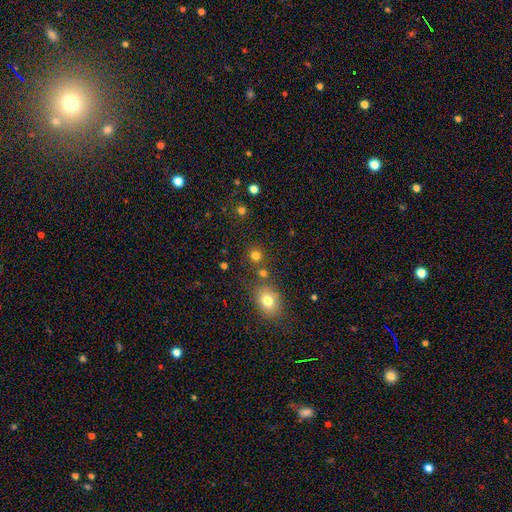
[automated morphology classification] Smooth or featured: smooth — 78% (star or artifact — 16%)
How rounded: round — 85% (in between — 14%)
Merging: none — 76% (merger — 12%)